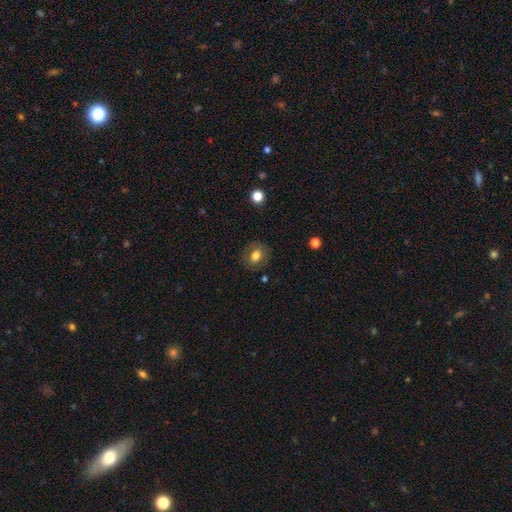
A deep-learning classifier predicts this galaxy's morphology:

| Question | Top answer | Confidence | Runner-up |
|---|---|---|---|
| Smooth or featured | smooth | 72% | featured or disk (19%) |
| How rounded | round | 56% | in between (43%) |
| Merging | none | 82% | minor disturbance (12%) |